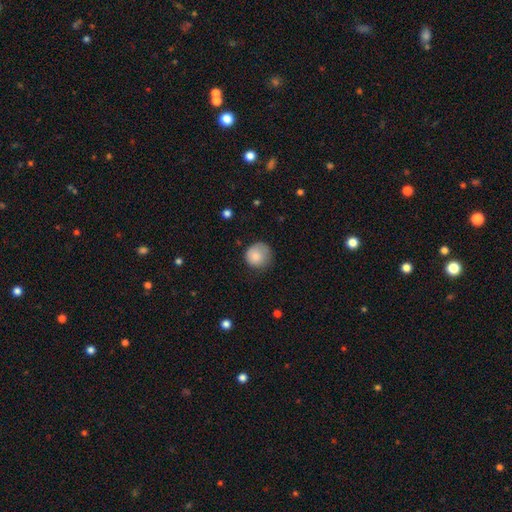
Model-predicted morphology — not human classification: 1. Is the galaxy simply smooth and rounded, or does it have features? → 82% smooth, 10% featured or disk, 8% star or artifact.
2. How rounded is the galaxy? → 90% round, 9% in between, 1% cigar-shaped.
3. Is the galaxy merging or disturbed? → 64% none, 25% minor disturbance, 9% major disturbance, 1% merger.